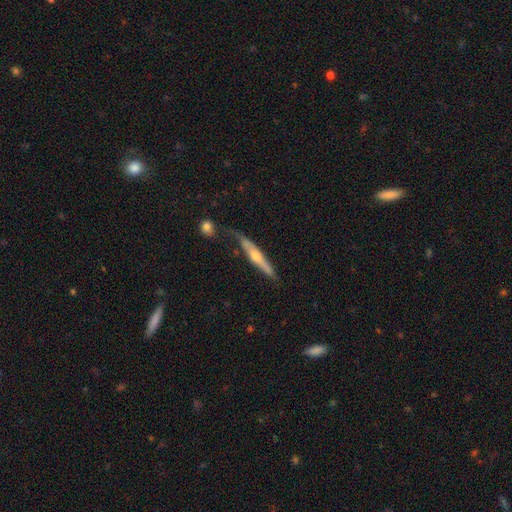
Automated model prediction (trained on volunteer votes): Smooth or featured?
  - featured or disk: 63% *
  - smooth: 31%
  - star or artifact: 6%
Edge-on disk?
  - yes: 92% *
  - no: 8%
Edge-on bulge?
  - rounded: 83% *
  - none: 12%
  - boxy: 6%
Merging?
  - none: 59% *
  - minor disturbance: 25%
  - major disturbance: 8%
  - merger: 8%